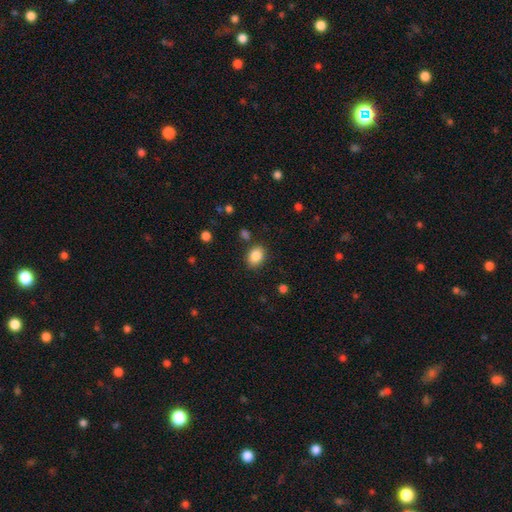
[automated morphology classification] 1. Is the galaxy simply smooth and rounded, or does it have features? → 86% smooth, 9% star or artifact, 5% featured or disk.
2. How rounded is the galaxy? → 68% in between, 31% round, 1% cigar-shaped.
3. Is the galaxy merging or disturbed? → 81% none, 12% minor disturbance, 4% merger, 3% major disturbance.